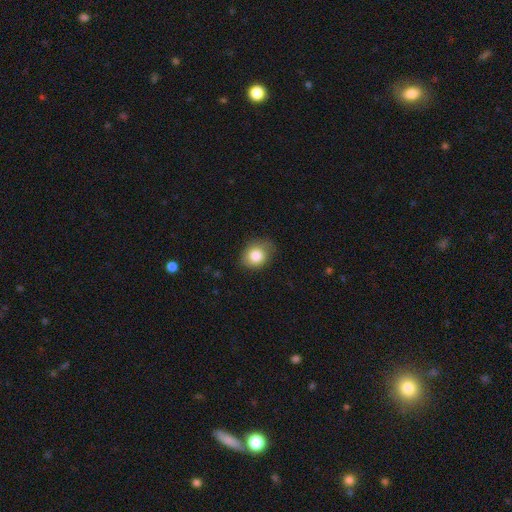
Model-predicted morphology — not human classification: smooth_or_featured: smooth (p=0.84) [alt: star or artifact p=0.09]
how_rounded: round (p=0.60) [alt: in between p=0.39]
merging: none (p=0.74) [alt: minor disturbance p=0.20]